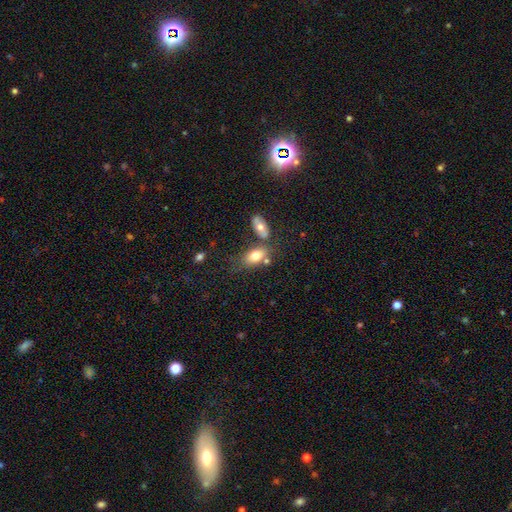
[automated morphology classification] Smooth or featured?
  - smooth: 74% *
  - featured or disk: 18%
  - star or artifact: 8%
How rounded?
  - in between: 88% *
  - round: 8%
  - cigar-shaped: 5%
Merging?
  - none: 48% *
  - merger: 29%
  - minor disturbance: 16%
  - major disturbance: 7%